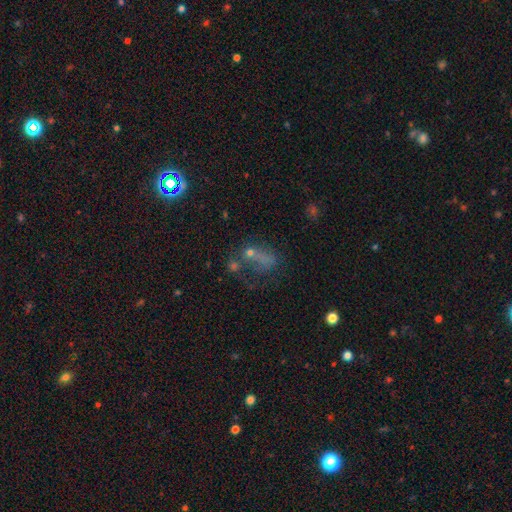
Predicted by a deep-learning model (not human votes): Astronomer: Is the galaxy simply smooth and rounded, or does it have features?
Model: smooth — 37% (runner-up: star or artifact, 36%).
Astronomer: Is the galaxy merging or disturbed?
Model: none — 34% (runner-up: major disturbance, 30%).